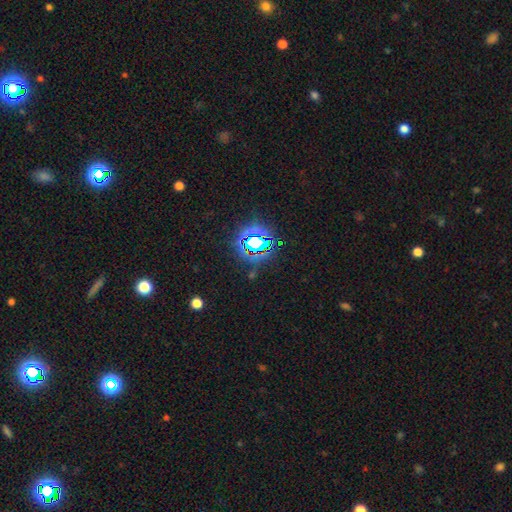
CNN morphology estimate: This appears to be a star or artifact, not a galaxy (79%).